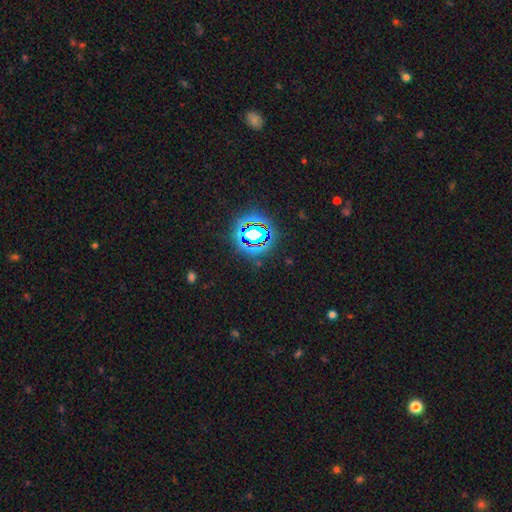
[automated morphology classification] type=star or artifact (80%).